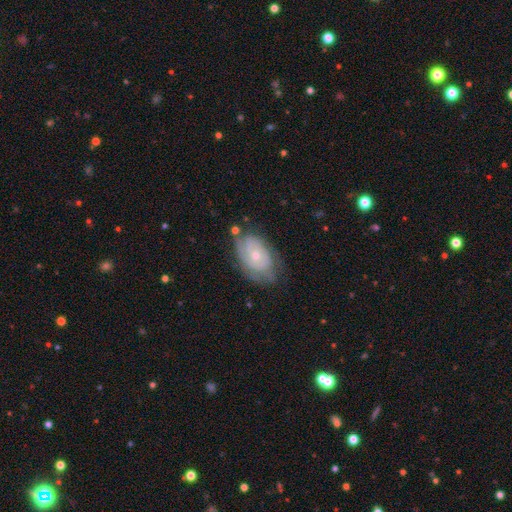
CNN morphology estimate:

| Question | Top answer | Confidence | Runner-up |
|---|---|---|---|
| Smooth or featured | featured or disk | 70% | smooth (24%) |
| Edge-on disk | no | 95% | yes (5%) |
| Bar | no | 80% | weak (17%) |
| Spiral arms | yes | 81% | no (19%) |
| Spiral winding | tight | 67% | medium (25%) |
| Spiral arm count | can't tell | 49% | 2 (25%) |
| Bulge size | small | 60% | moderate (37%) |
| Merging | none | 63% | minor disturbance (25%) |